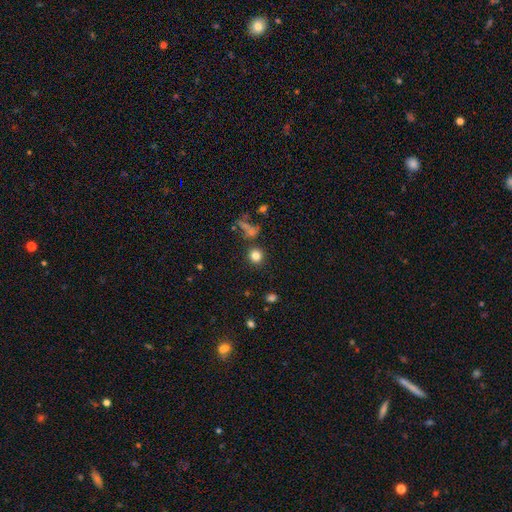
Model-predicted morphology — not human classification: smooth 80%, star or artifact 13%, featured or disk 7%. Down the decision tree: how rounded — round (91%); merging — none (84%).